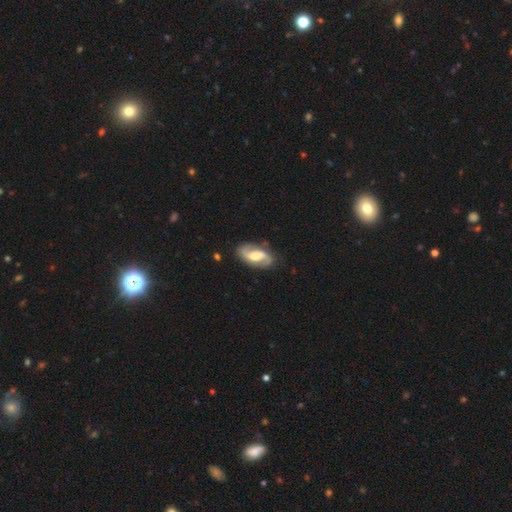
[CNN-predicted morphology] smooth_or_featured: featured or disk (p=0.82) [alt: smooth p=0.13]
disk_edge_on: no (p=0.96) [alt: yes p=0.04]
bar: weak (p=0.44) [alt: strong p=0.28]
has_spiral_arms: yes (p=0.95) [alt: no p=0.05]
spiral_winding: medium (p=0.43) [alt: loose p=0.41]
spiral_arm_count: 2 (p=0.92) [alt: can't tell p=0.03]
bulge_size: moderate (p=0.56) [alt: large p=0.24]
merging: none (p=0.81) [alt: minor disturbance p=0.13]